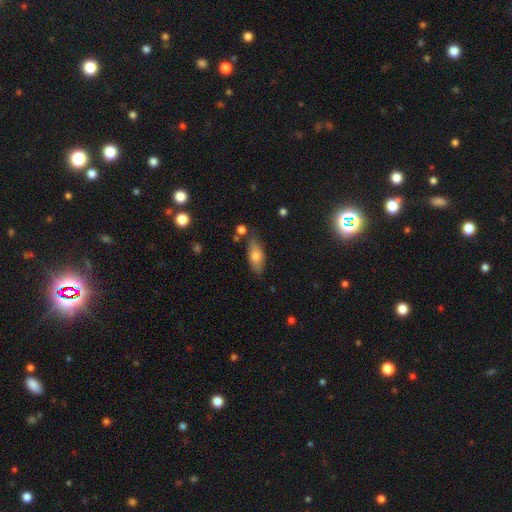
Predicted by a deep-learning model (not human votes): A smooth galaxy with no disk features (75%) that is in between round and cigar-shaped (82%).

Vote fractions:
- Smooth or featured? smooth: 75% / featured or disk: 18% / star or artifact: 7%
- How rounded? in between: 82% / cigar-shaped: 15% / round: 3%
- Merging? none: 71% / minor disturbance: 19% / merger: 6% / major disturbance: 4%